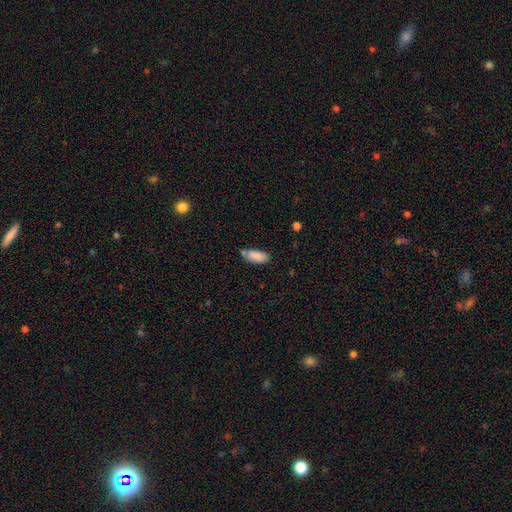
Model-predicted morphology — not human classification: smooth_or_featured: smooth (p=0.86) [alt: star or artifact p=0.07]
how_rounded: in between (p=0.87) [alt: cigar-shaped p=0.11]
merging: none (p=0.62) [alt: minor disturbance p=0.21]